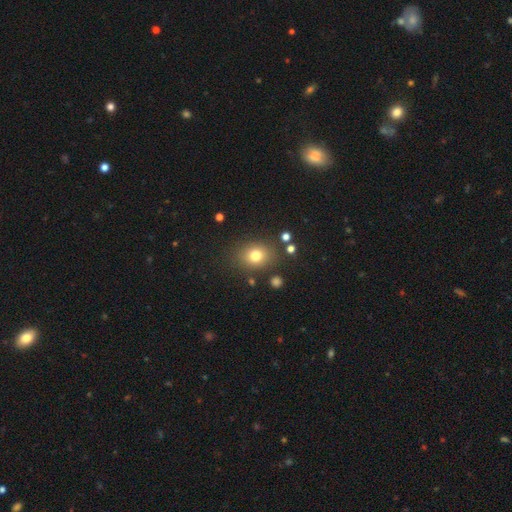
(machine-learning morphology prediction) Smooth or featured? smooth (77%)
How rounded? round (54%)
Merging? none (82%)